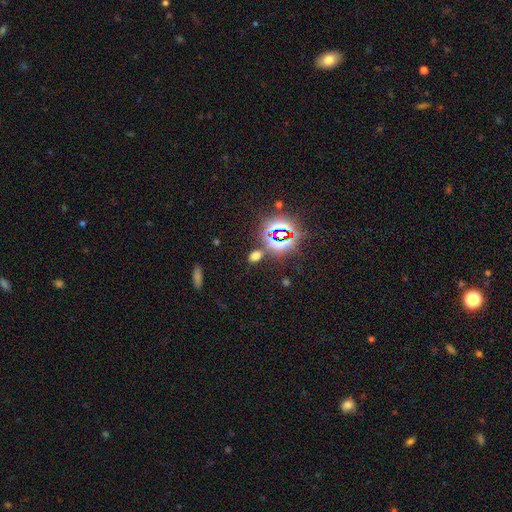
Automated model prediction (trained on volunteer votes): Overall: smooth (54%; star or artifact 39%). How rounded: in between (76%). Merging: none (80%).